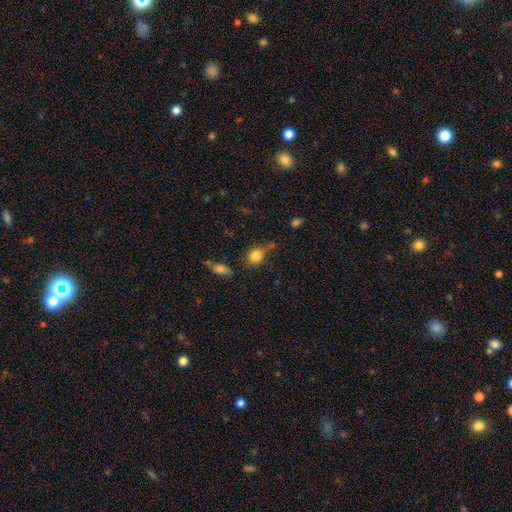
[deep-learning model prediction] This appears to be a smooth galaxy with no disk features (80%) that is round (73%). Merging: none (53%).